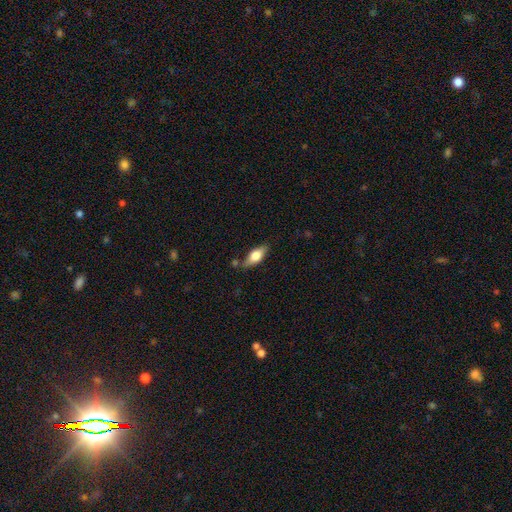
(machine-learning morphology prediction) smooth_or_featured: smooth (p=0.66) [alt: featured or disk p=0.27]
how_rounded: in between (p=0.78) [alt: cigar-shaped p=0.18]
merging: none (p=0.68) [alt: minor disturbance p=0.20]